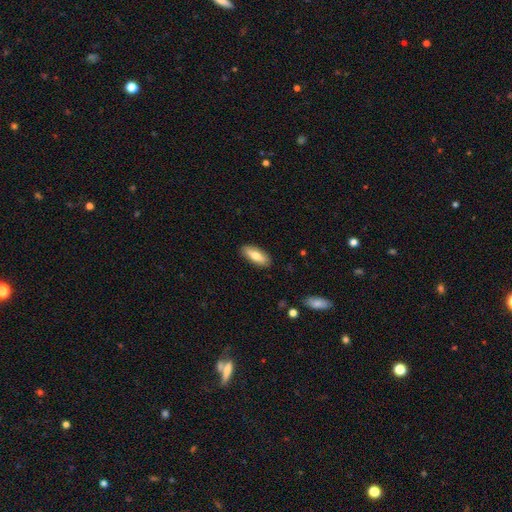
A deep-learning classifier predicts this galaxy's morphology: Smooth or featured? Predicted: smooth (p=0.77). How rounded? Predicted: in between (p=0.72). Merging? Predicted: none (p=0.88).